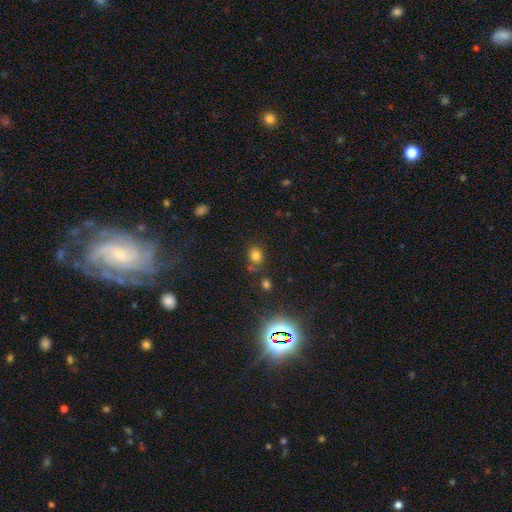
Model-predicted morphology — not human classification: A smooth galaxy with no disk features (74%) that is round (61%).

Vote fractions:
- Smooth or featured? smooth: 74% / star or artifact: 19% / featured or disk: 7%
- How rounded? round: 61% / in between: 38% / cigar-shaped: 1%
- Merging? none: 73% / minor disturbance: 13% / merger: 9% / major disturbance: 4%